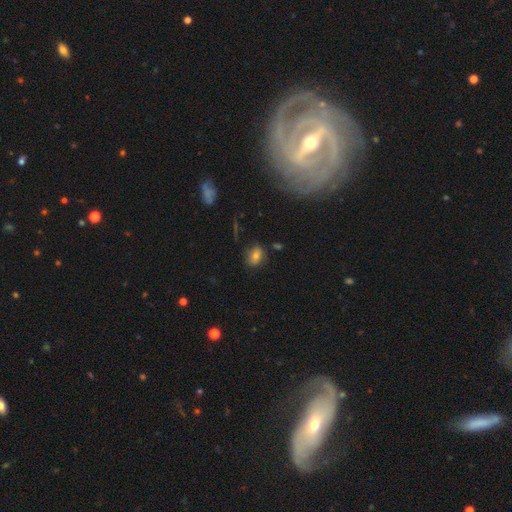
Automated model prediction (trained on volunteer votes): smooth 67%, featured or disk 18%, star or artifact 15%. Down the decision tree: how rounded — in between (52%); merging — none (74%).